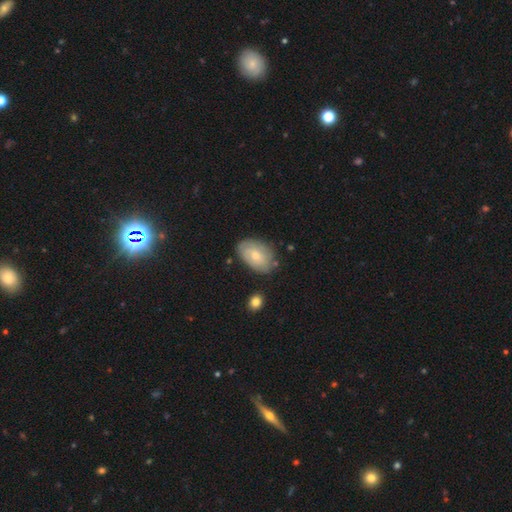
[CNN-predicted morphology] Smooth or featured: smooth — 58% (featured or disk — 36%)
How rounded: in between — 90% (round — 8%)
Merging: none — 72% (minor disturbance — 21%)